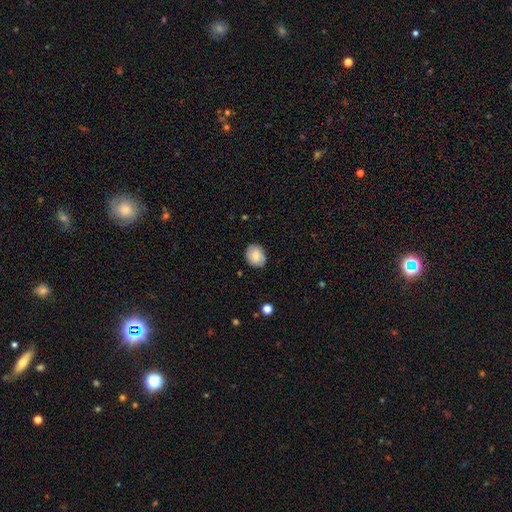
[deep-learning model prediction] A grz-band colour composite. It shows a smooth galaxy with no disk features (65%) that is round (52%). Merging: none (80%).